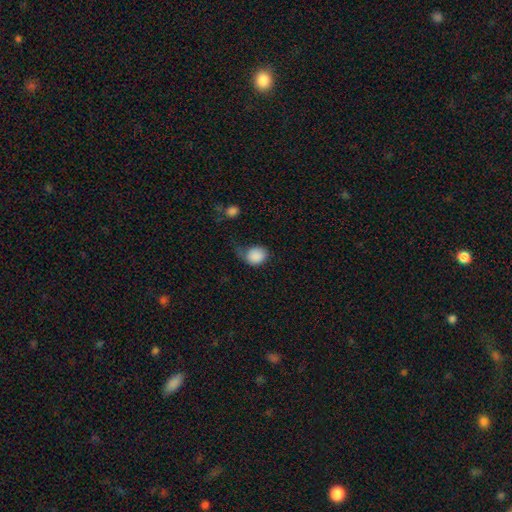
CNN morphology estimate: Smooth or featured: smooth — 87% (star or artifact — 7%)
How rounded: round — 65% (in between — 34%)
Merging: none — 35% (minor disturbance — 34%)